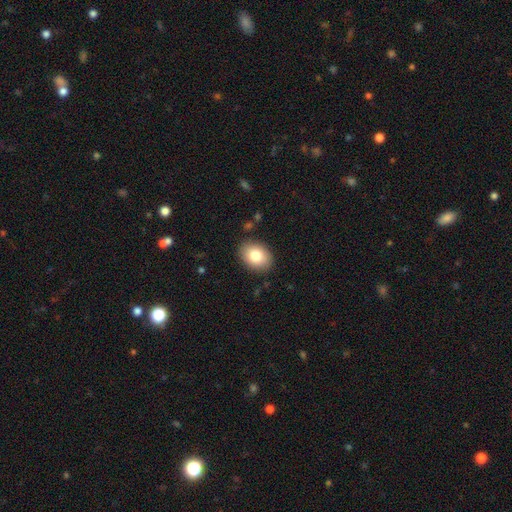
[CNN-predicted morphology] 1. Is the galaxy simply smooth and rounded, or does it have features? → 81% smooth, 12% featured or disk, 8% star or artifact.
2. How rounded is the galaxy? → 72% in between, 27% round, 1% cigar-shaped.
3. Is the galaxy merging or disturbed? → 88% none, 9% minor disturbance, 2% major disturbance, 1% merger.